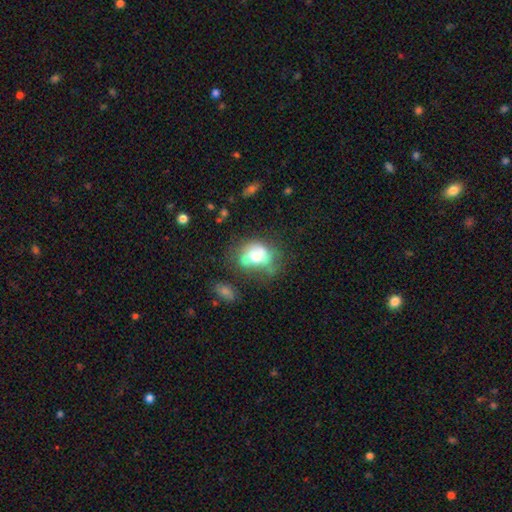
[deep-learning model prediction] A smooth galaxy with no disk features (47%).

Vote fractions:
- Smooth or featured? smooth: 47% / featured or disk: 43% / star or artifact: 10%
- Merging? none: 34% / minor disturbance: 27% / major disturbance: 26% / merger: 13%